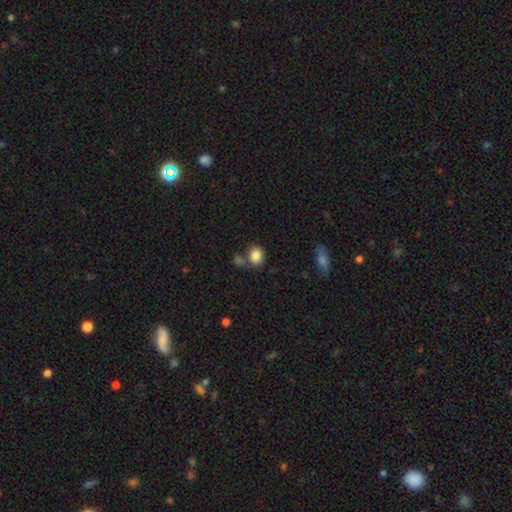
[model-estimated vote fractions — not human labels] Smooth or featured? Predicted: smooth (p=0.85). How rounded? Predicted: round (p=0.59). Merging? Predicted: none (p=0.64).